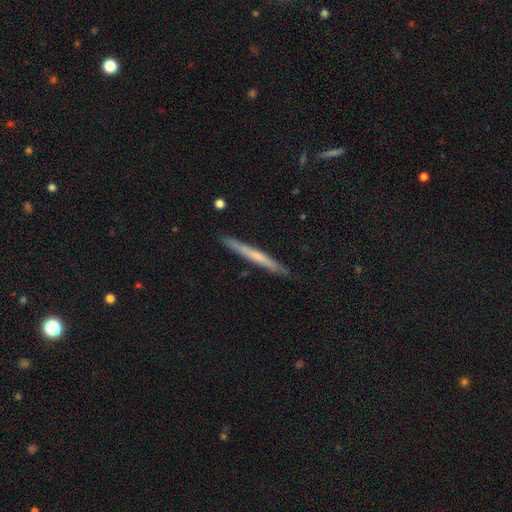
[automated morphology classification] Q: Smooth or featured?
A: smooth (48%); runner-up: featured or disk (46%)
Q: Merging?
A: none (89%); runner-up: minor disturbance (8%)